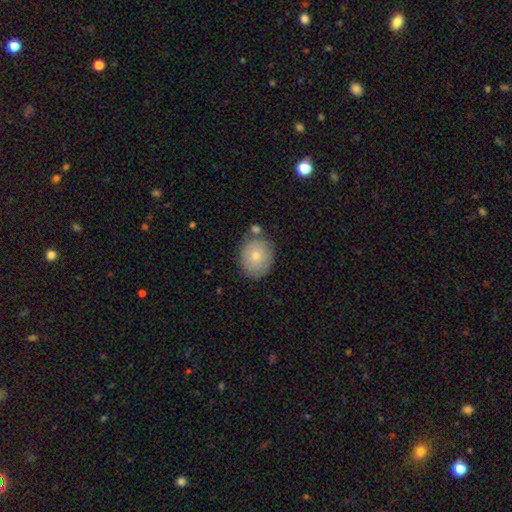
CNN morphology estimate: smooth_or_featured: smooth (p=0.78) [alt: featured or disk p=0.15]
how_rounded: round (p=0.59) [alt: in between p=0.40]
merging: none (p=0.70) [alt: minor disturbance p=0.16]